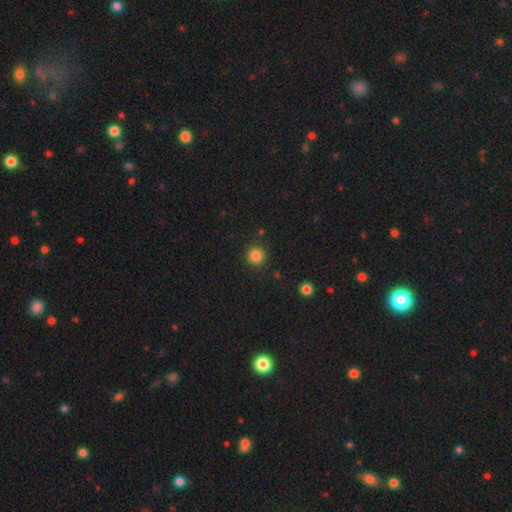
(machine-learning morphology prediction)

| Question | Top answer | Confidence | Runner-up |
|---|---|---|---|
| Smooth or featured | smooth | 85% | star or artifact (12%) |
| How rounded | round | 94% | in between (5%) |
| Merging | none | 90% | minor disturbance (6%) |